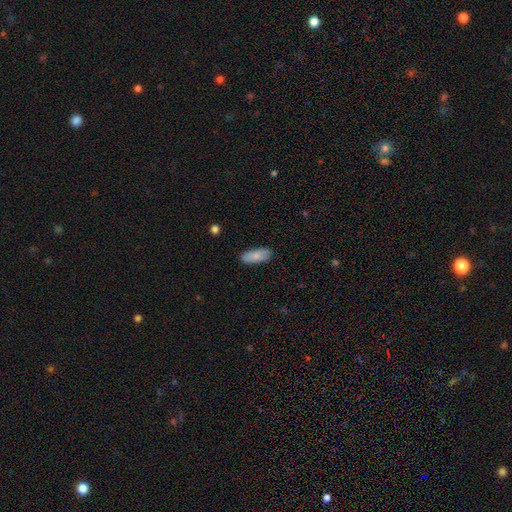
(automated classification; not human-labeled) This is clearly a smooth galaxy (83%). How rounded: likely in between (78%). Merging: clearly none (84%).